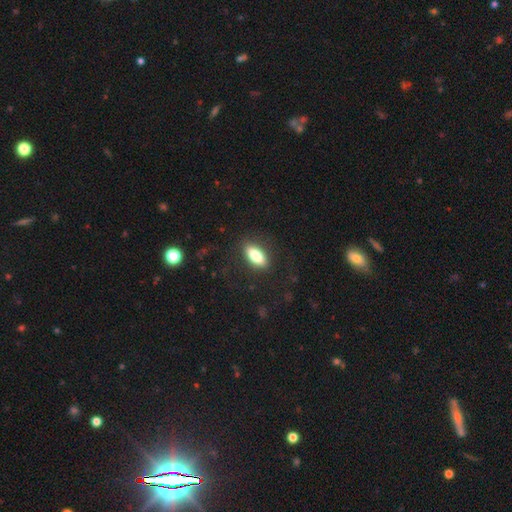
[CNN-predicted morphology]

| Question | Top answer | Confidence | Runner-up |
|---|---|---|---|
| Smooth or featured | smooth | 77% | featured or disk (15%) |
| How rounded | in between | 78% | cigar-shaped (19%) |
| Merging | none | 83% | minor disturbance (11%) |